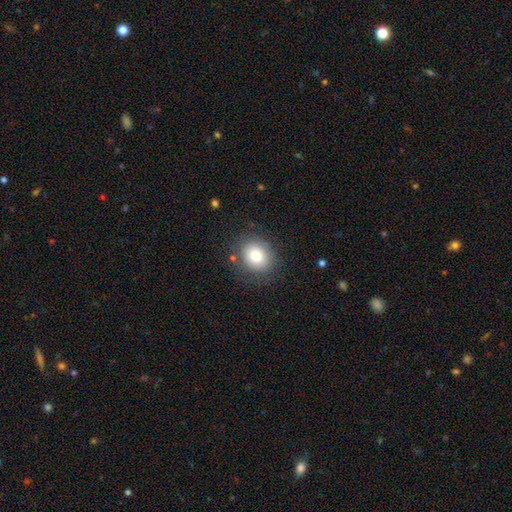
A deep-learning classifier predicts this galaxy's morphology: Smooth or featured: smooth — 82% (star or artifact — 9%)
How rounded: round — 62% (in between — 37%)
Merging: none — 82% (minor disturbance — 11%)